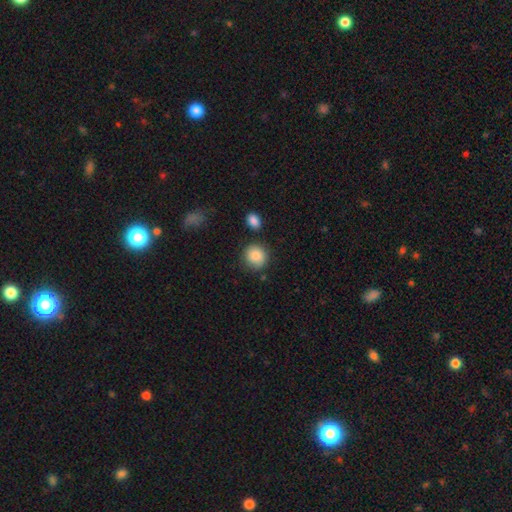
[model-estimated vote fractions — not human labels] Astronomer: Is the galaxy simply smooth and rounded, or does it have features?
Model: smooth — 87%.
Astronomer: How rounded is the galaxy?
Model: round — 87%.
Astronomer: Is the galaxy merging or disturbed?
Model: none — 80%.